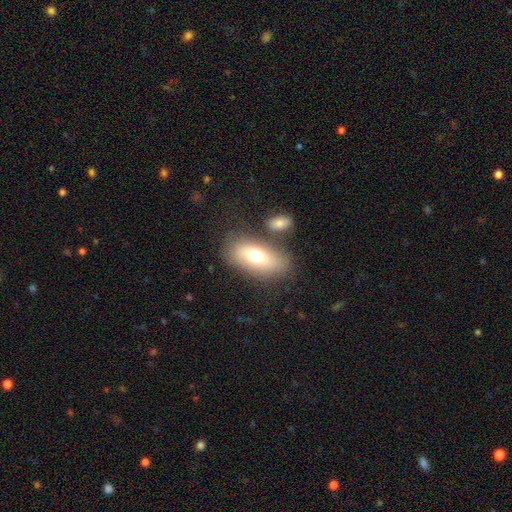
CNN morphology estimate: A smooth galaxy with no disk features (68%) that is in between round and cigar-shaped (89%).

Vote fractions:
- Smooth or featured? smooth: 68% / featured or disk: 23% / star or artifact: 9%
- How rounded? in between: 89% / round: 7% / cigar-shaped: 4%
- Merging? none: 69% / minor disturbance: 14% / merger: 10% / major disturbance: 6%